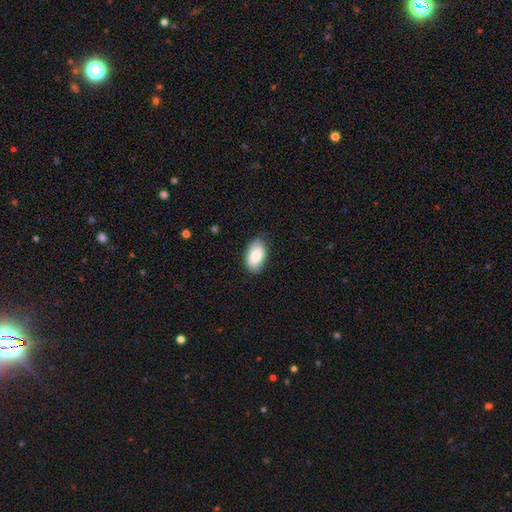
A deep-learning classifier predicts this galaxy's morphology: type=smooth (86%); roundness=in between (94%); merging=none (82%).